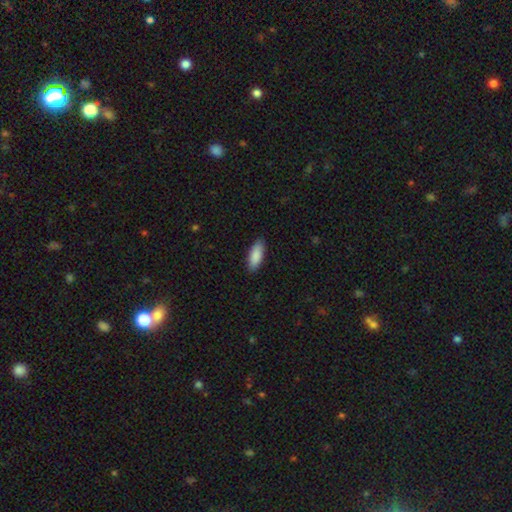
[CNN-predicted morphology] A smooth galaxy with no disk features (89%) that is in between round and cigar-shaped (74%).

Vote fractions:
- Smooth or featured? smooth: 89% / star or artifact: 6% / featured or disk: 5%
- How rounded? in between: 74% / cigar-shaped: 24% / round: 2%
- Merging? none: 88% / minor disturbance: 9% / major disturbance: 2% / merger: 1%